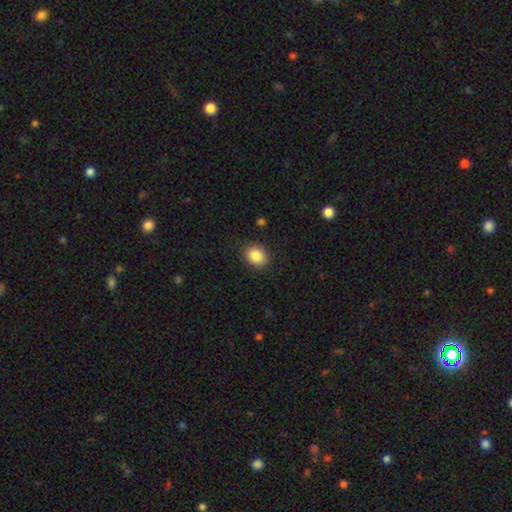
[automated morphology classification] Q: Smooth or featured?
A: smooth (86%); runner-up: star or artifact (9%)
Q: How rounded?
A: round (59%); runner-up: in between (40%)
Q: Merging?
A: none (88%); runner-up: minor disturbance (8%)